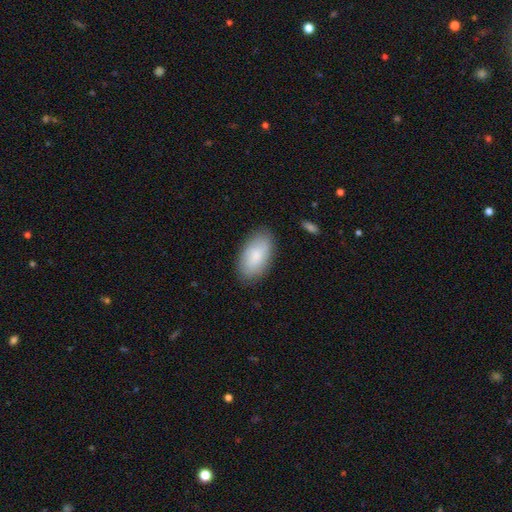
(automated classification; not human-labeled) smooth_or_featured: smooth (p=0.80) [alt: featured or disk p=0.14]
how_rounded: in between (p=0.94) [alt: round p=0.03]
merging: none (p=0.84) [alt: minor disturbance p=0.12]